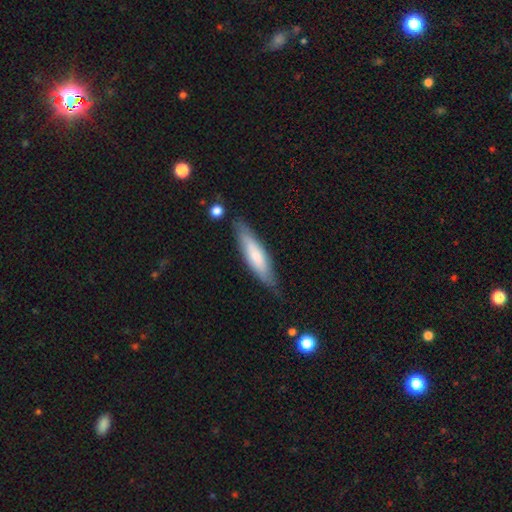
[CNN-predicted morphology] Smooth or featured?
  - smooth: 64% *
  - featured or disk: 31%
  - star or artifact: 5%
How rounded?
  - cigar-shaped: 73% *
  - in between: 25%
  - round: 1%
Merging?
  - none: 77% *
  - minor disturbance: 17%
  - major disturbance: 3%
  - merger: 3%